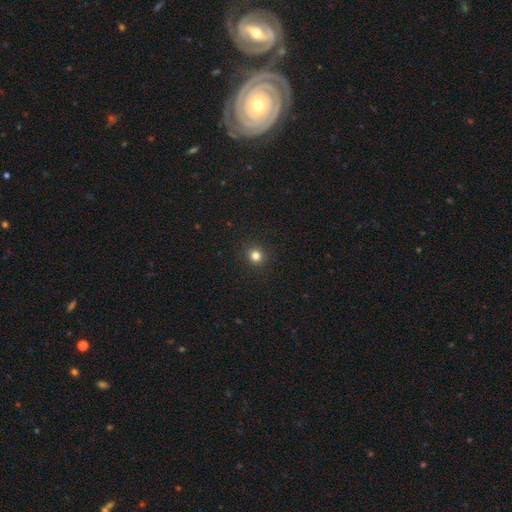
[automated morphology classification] This appears to be a smooth galaxy with no disk features (81%) that is round (93%). Merging: none (92%).